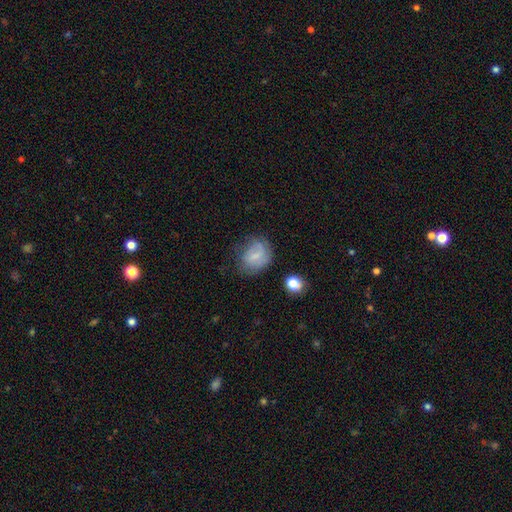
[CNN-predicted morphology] This is possibly a smooth galaxy (56%). How rounded: possibly round (55%). Merging: possibly none (51%).